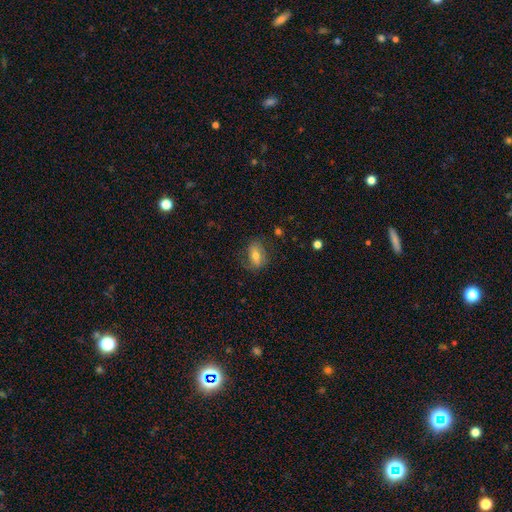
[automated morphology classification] smooth-or-featured: smooth: 58% | featured or disk: 33% | star or artifact: 9%
  how-rounded: in between: 78% | round: 17% | cigar-shaped: 5%
  merging: none: 70% | minor disturbance: 20% | major disturbance: 9% | merger: 1%